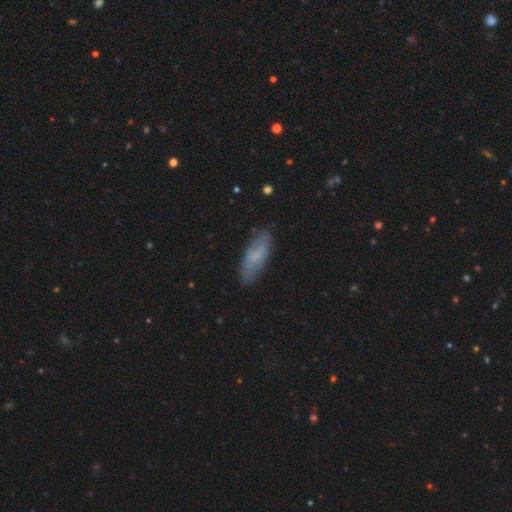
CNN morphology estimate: A smooth galaxy with no disk features (67%) that is in between round and cigar-shaped (64%). Merging: none (78%).